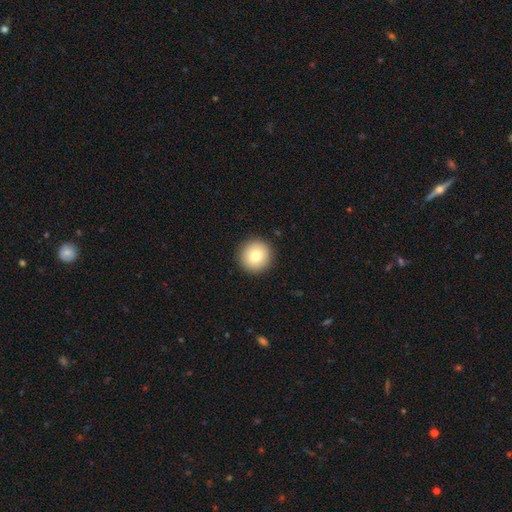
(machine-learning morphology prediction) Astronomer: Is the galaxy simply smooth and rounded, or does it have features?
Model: smooth — 80%.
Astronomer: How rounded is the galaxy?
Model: round — 95%.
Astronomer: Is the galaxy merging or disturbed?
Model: none — 92%.